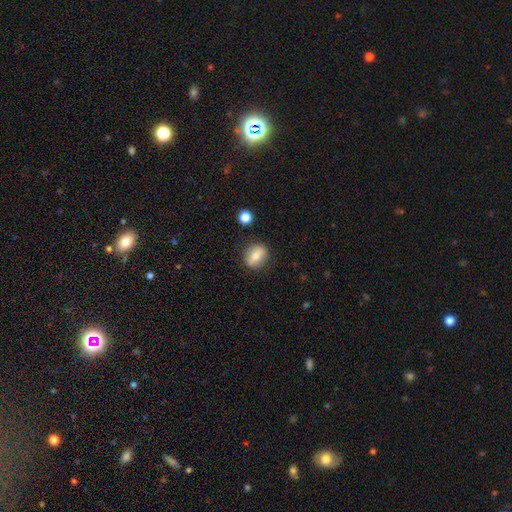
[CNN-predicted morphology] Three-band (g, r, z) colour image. It shows a smooth galaxy with no disk features (73%) that is in between round and cigar-shaped (56%). Merging: none (83%).